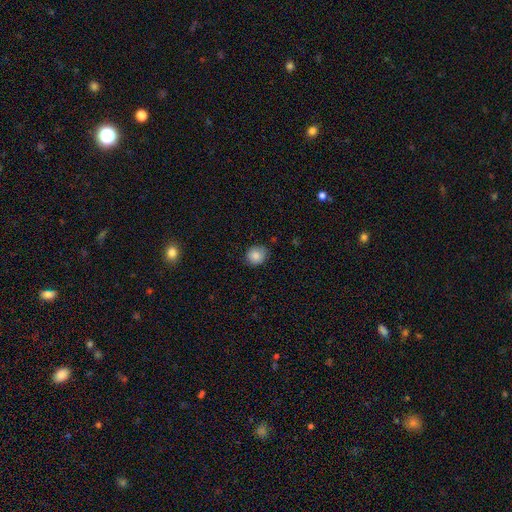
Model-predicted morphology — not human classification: smooth_or_featured: smooth (p=0.86) [alt: star or artifact p=0.09]
how_rounded: round (p=0.78) [alt: in between p=0.21]
merging: none (p=0.80) [alt: minor disturbance p=0.16]